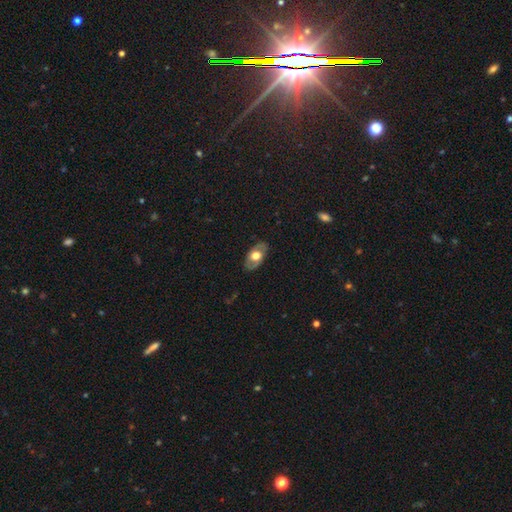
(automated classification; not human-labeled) This appears to be a featured or disk galaxy (49%). Merging: none (82%).